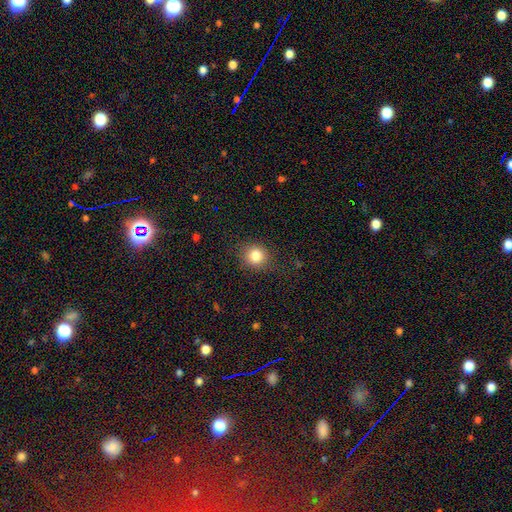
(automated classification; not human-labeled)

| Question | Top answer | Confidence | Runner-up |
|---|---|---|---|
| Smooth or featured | smooth | 83% | star or artifact (11%) |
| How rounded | round | 86% | in between (13%) |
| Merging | none | 85% | minor disturbance (10%) |